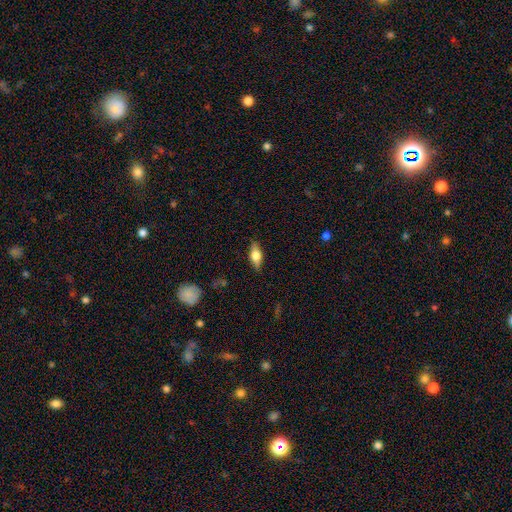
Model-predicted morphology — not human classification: type=smooth (51%); roundness=in between (71%); merging=none (85%).